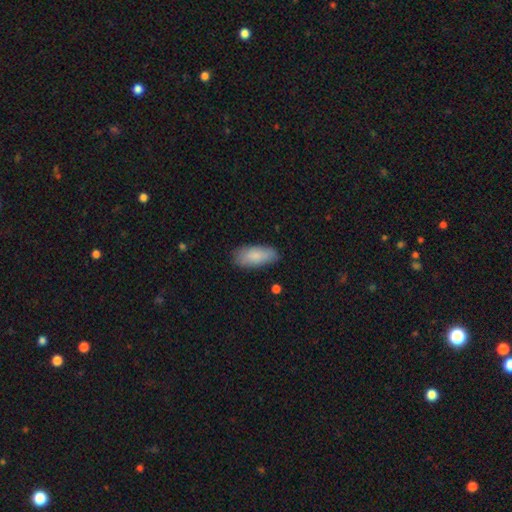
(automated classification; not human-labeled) A smooth galaxy with no disk features (86%) that is in between round and cigar-shaped (84%). Merging: none (81%).